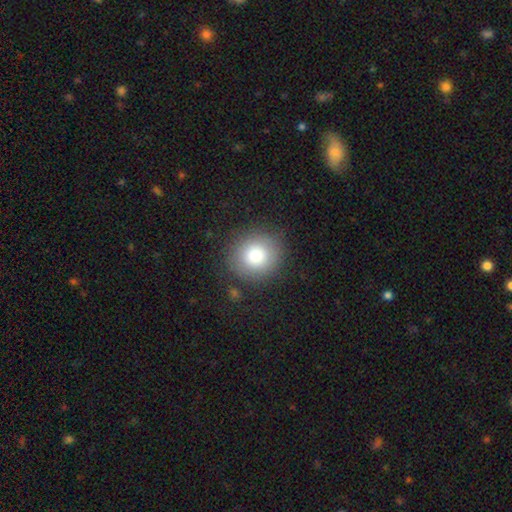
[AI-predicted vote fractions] smooth_or_featured: smooth (p=0.79) [alt: star or artifact p=0.10]
how_rounded: round (p=0.90) [alt: in between p=0.09]
merging: none (p=0.85) [alt: minor disturbance p=0.09]